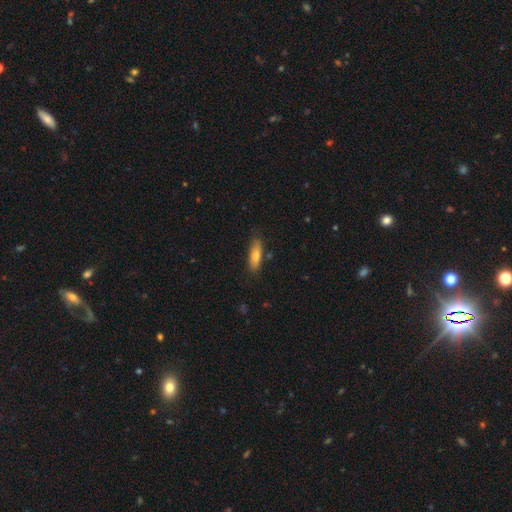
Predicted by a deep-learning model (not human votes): Smooth or featured? smooth (72%)
How rounded? cigar-shaped (51%)
Merging? none (81%)